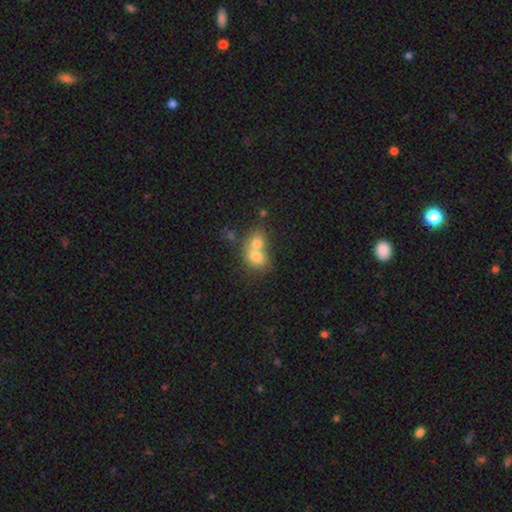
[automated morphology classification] A smooth galaxy with no disk features (71%) that is in between round and cigar-shaped (52%). Merging: merger (72%).